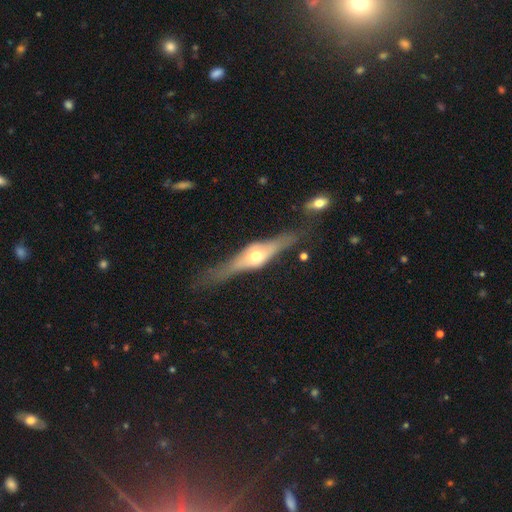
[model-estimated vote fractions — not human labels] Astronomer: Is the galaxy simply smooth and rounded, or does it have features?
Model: featured or disk — 72%.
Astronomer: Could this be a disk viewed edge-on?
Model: yes — 92%.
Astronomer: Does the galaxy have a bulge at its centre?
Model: rounded — 92%.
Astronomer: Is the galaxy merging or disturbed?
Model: none — 72%.